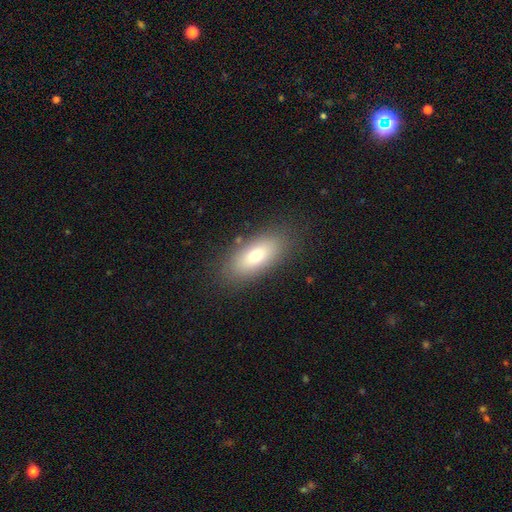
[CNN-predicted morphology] Smooth or featured? Predicted: smooth (p=0.72). How rounded? Predicted: in between (p=0.84). Merging? Predicted: none (p=0.85).